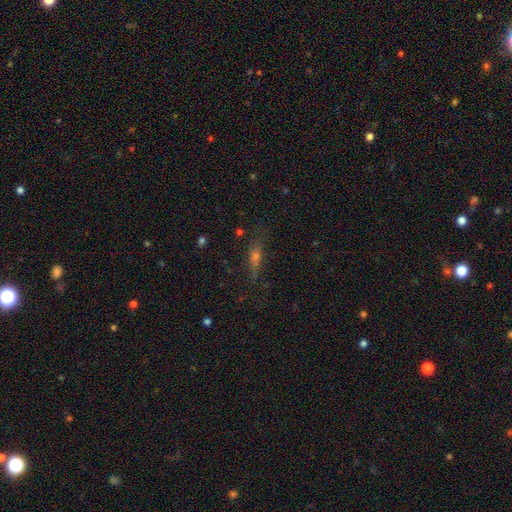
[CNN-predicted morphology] A smooth galaxy with no disk features (34%, tied with featured or disk).

Vote fractions:
- Smooth or featured? smooth: 34% (tied) / featured or disk: 34% (tied) / star or artifact: 32%
- Merging? none: 73% / minor disturbance: 15% / major disturbance: 8% / merger: 3%